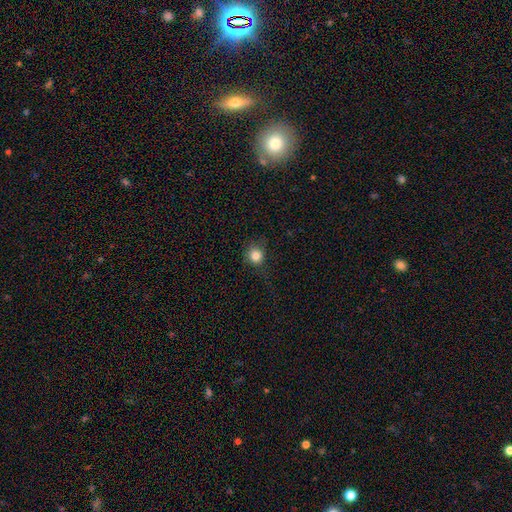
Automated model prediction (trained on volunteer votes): The model was most divided on "merging": none: 78%, minor disturbance: 15%, major disturbance: 6%, merger: 1%. More confident: how rounded — round (89%); smooth or featured — smooth (82%).